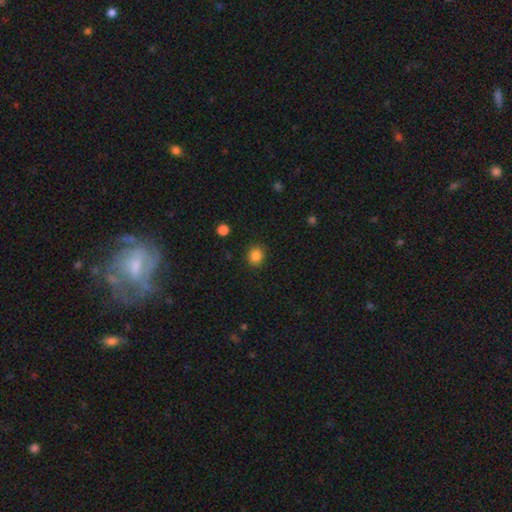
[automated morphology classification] Smooth or featured? smooth (85%)
How rounded? round (75%)
Merging? none (89%)